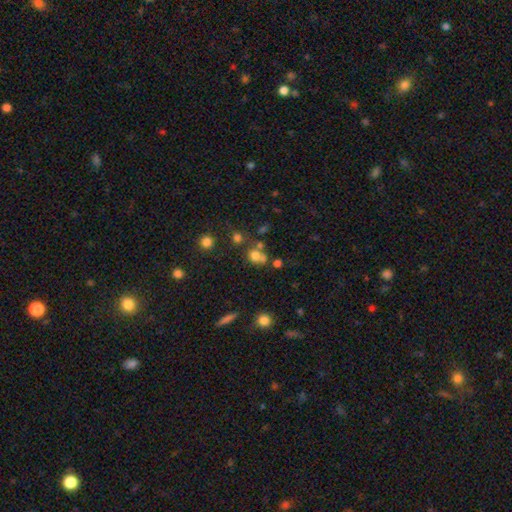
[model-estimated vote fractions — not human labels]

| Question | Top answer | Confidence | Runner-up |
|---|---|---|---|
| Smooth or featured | smooth | 70% | star or artifact (17%) |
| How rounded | round | 65% | in between (34%) |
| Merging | none | 44% | merger (35%) |